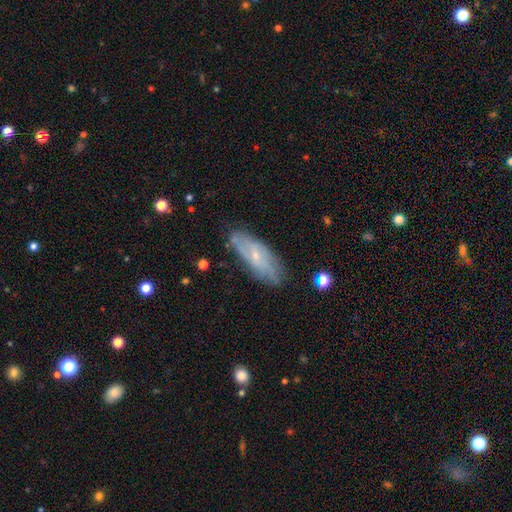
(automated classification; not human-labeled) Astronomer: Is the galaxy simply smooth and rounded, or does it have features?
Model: featured or disk — 59%.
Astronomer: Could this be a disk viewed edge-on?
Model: no — 74%.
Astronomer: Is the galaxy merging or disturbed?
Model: none — 77%.